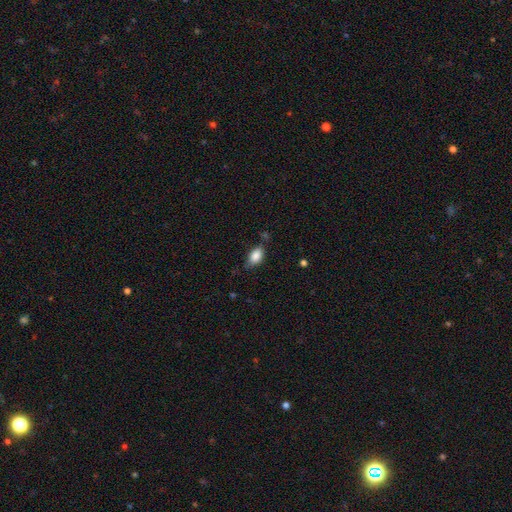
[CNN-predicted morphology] smooth_or_featured: smooth (p=0.85) [alt: star or artifact p=0.08]
how_rounded: in between (p=0.89) [alt: round p=0.09]
merging: none (p=0.66) [alt: minor disturbance p=0.24]